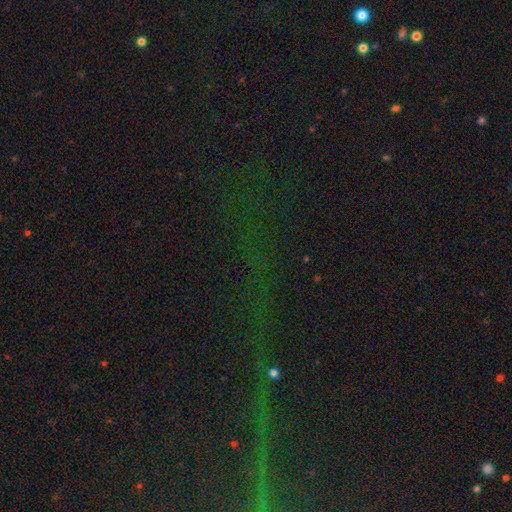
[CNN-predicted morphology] smooth_or_featured: star or artifact (p=0.81) [alt: smooth p=0.10]